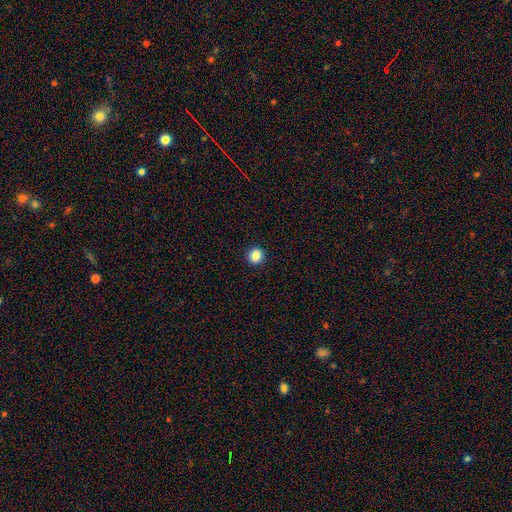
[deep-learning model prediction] smooth_or_featured: smooth (p=0.86) [alt: star or artifact p=0.11]
how_rounded: round (p=0.89) [alt: in between p=0.10]
merging: none (p=0.92) [alt: minor disturbance p=0.05]